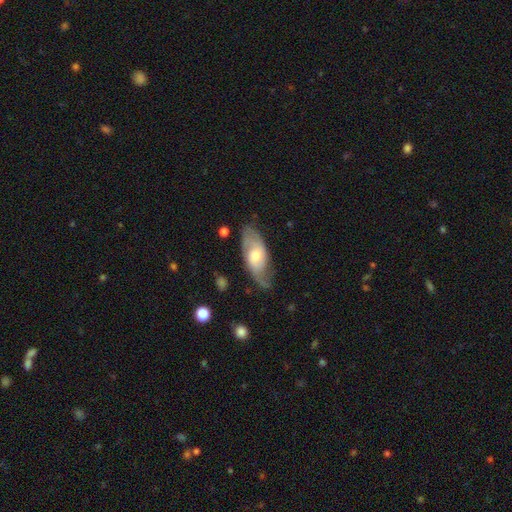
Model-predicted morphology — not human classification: This appears to be a featured or disk galaxy (62%) with no bar (66%), spiral arms (82%) and a moderate central bulge (62%). Merging: none (65%).